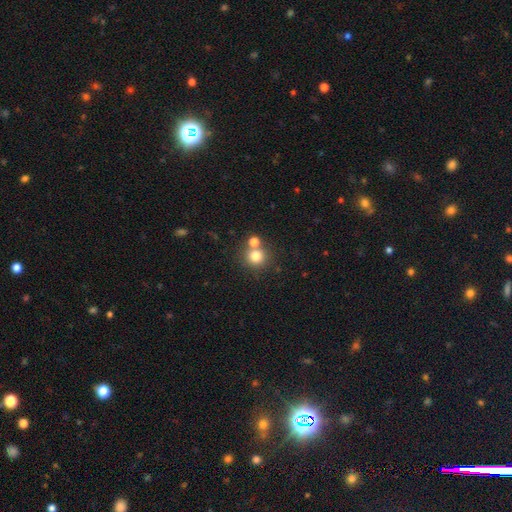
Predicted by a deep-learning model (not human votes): Smooth or featured? smooth (77%)
How rounded? round (91%)
Merging? none (65%)